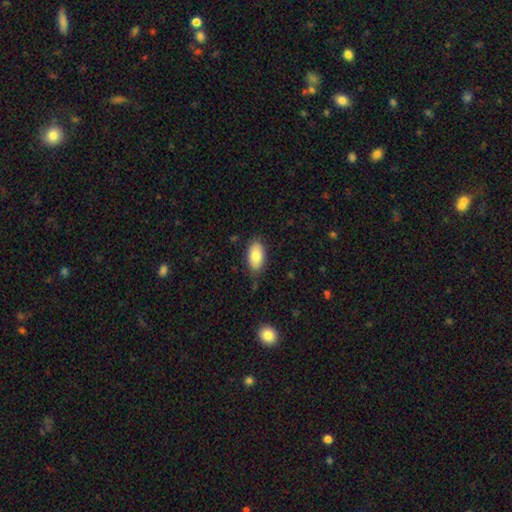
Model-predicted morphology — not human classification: Smooth or featured: smooth — 82% (featured or disk — 12%)
How rounded: in between — 94% (round — 4%)
Merging: none — 80% (minor disturbance — 16%)